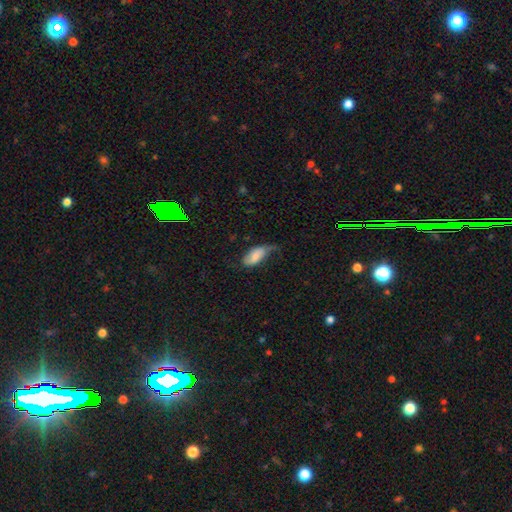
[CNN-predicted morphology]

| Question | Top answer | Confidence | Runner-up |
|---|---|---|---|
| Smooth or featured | smooth | 68% | featured or disk (25%) |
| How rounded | in between | 91% | cigar-shaped (6%) |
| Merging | minor disturbance | 39% | none (31%) |